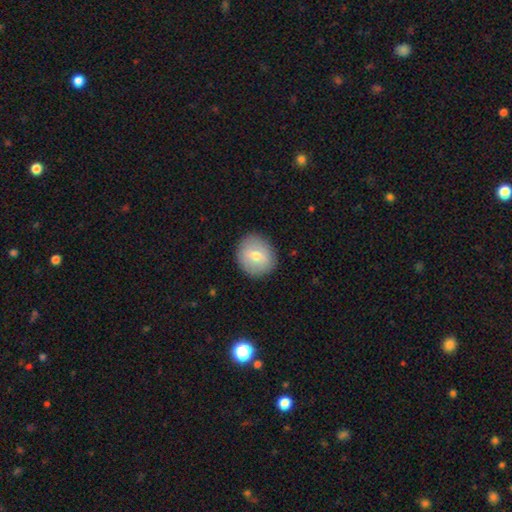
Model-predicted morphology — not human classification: Q: Smooth or featured?
A: smooth (70%); runner-up: featured or disk (23%)
Q: How rounded?
A: round (80%); runner-up: in between (20%)
Q: Merging?
A: none (88%); runner-up: minor disturbance (8%)